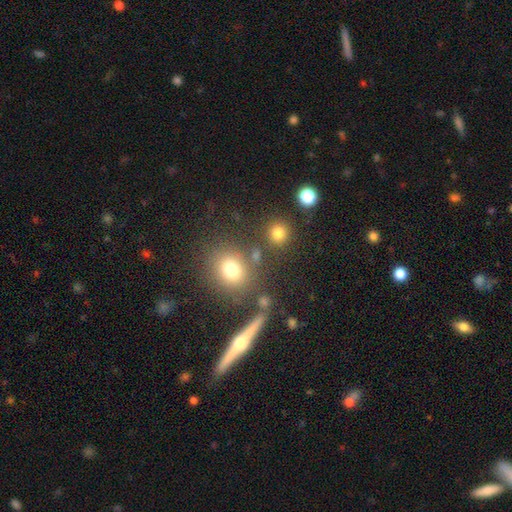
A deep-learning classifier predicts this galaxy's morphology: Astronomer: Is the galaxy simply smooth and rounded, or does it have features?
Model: smooth — 72%.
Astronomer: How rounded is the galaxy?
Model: round — 78%.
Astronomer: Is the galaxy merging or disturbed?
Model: none — 75%.